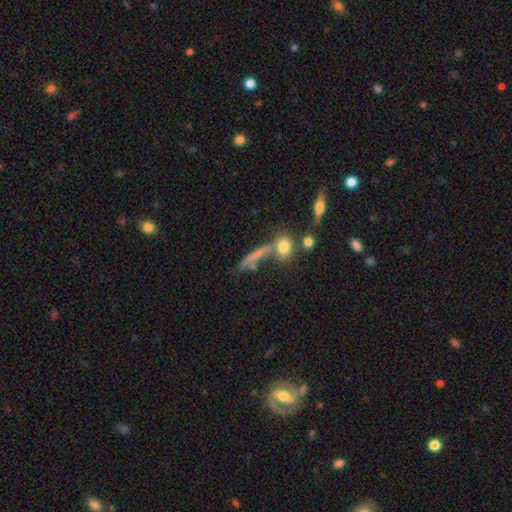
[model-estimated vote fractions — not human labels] This appears to be a smooth galaxy with no disk features (61%) that is cigar-shaped (66%). Merging: none (45%).